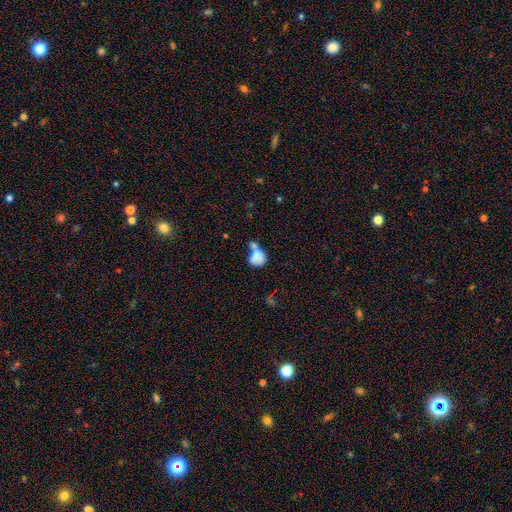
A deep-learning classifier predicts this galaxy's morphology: Q: Smooth or featured?
A: smooth (76%); runner-up: featured or disk (15%)
Q: How rounded?
A: round (58%); runner-up: in between (41%)
Q: Merging?
A: merger (51%); runner-up: none (26%)